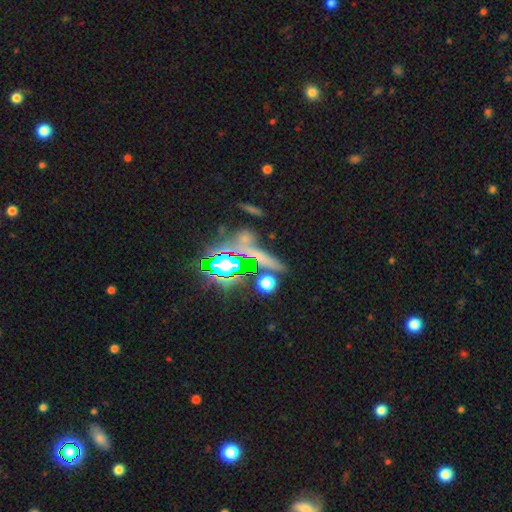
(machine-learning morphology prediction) Smooth or featured? Predicted: star or artifact (p=0.56).